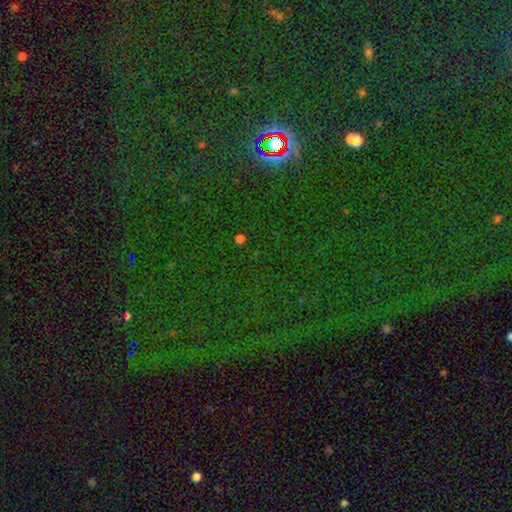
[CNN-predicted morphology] A star or artifact, not a galaxy (80%).